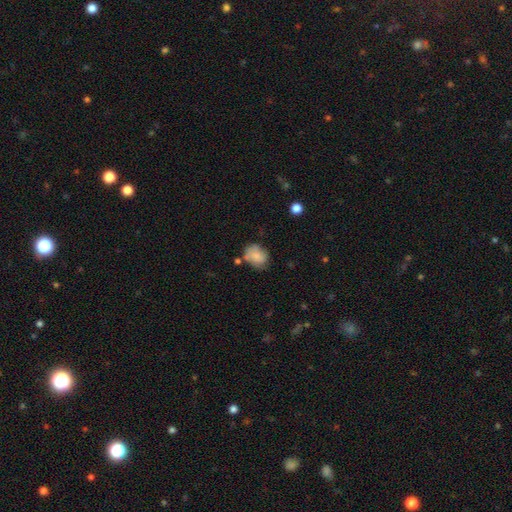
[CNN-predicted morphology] The model was most divided on "how rounded": in between: 54%, round: 45%, cigar-shaped: 1%. More confident: smooth or featured — smooth (79%); merging — none (58%).